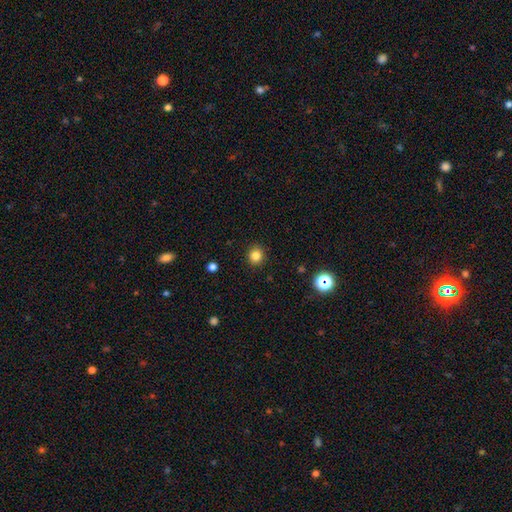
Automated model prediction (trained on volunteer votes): This is clearly a smooth galaxy (83%). How rounded: clearly round (85%). Merging: clearly none (90%).